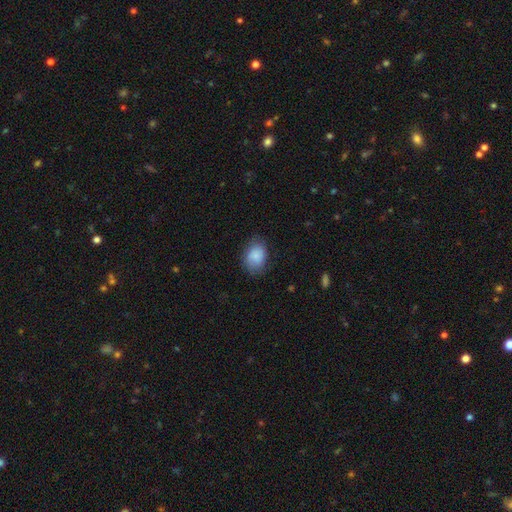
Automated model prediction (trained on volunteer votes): Q: Smooth or featured?
A: smooth (85%); runner-up: featured or disk (8%)
Q: How rounded?
A: in between (69%); runner-up: round (30%)
Q: Merging?
A: none (75%); runner-up: minor disturbance (18%)